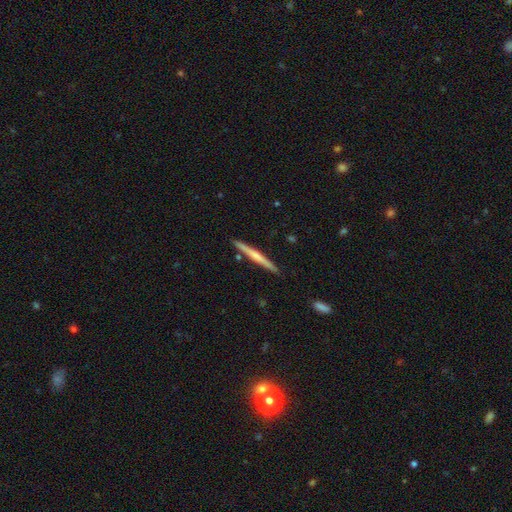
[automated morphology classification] Q: Smooth or featured?
A: featured or disk (50%); runner-up: smooth (44%)
Q: Edge-on disk?
A: yes (98%); runner-up: no (2%)
Q: Merging?
A: none (89%); runner-up: minor disturbance (7%)